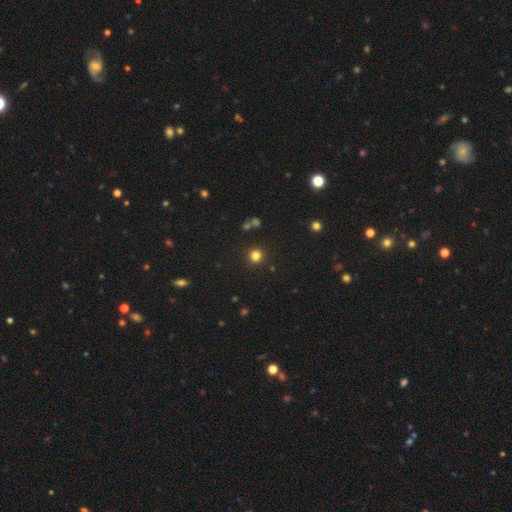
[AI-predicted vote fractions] A smooth galaxy with no disk features (80%) that is round (92%).

Vote fractions:
- Smooth or featured? smooth: 80% / star or artifact: 15% / featured or disk: 5%
- How rounded? round: 92% / in between: 7% / cigar-shaped: 1%
- Merging? none: 89% / minor disturbance: 6% / merger: 3% / major disturbance: 2%